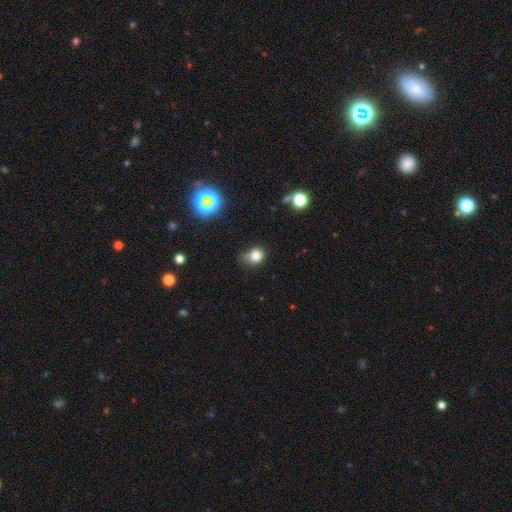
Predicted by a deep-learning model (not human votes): Morphology: type=smooth (78%); roundness=round (72%); merging=none (53%).